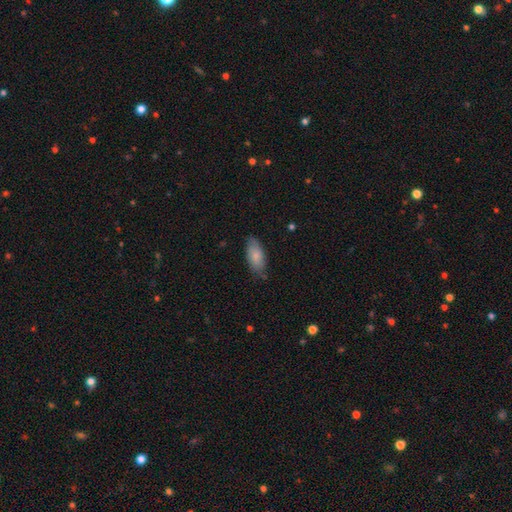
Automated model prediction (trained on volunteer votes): Smooth or featured: smooth — 79% (featured or disk — 15%)
How rounded: in between — 86% (cigar-shaped — 12%)
Merging: none — 73% (minor disturbance — 22%)